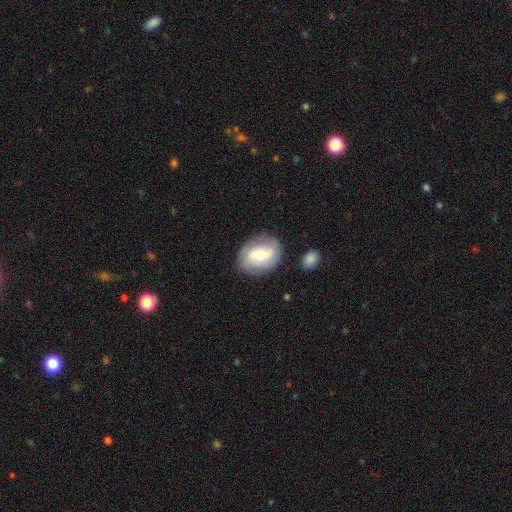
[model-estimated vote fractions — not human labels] Smooth or featured: featured or disk — 49% (smooth — 43%)
Merging: none — 78% (minor disturbance — 15%)